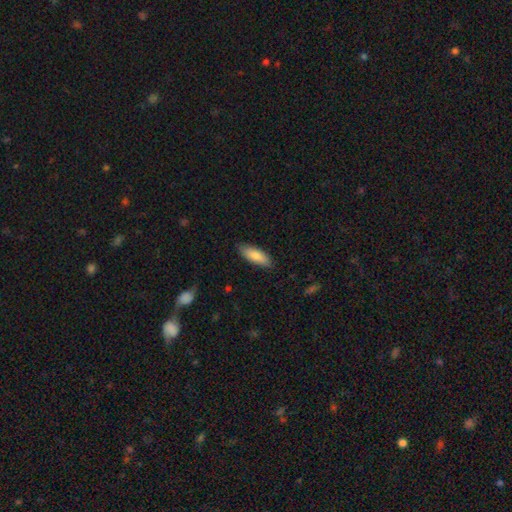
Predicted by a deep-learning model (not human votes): A smooth galaxy with no disk features (83%) that is in between round and cigar-shaped (64%).

Vote fractions:
- Smooth or featured? smooth: 83% / featured or disk: 11% / star or artifact: 6%
- How rounded? in between: 64% / cigar-shaped: 34% / round: 2%
- Merging? none: 86% / minor disturbance: 11% / major disturbance: 2% / merger: 1%